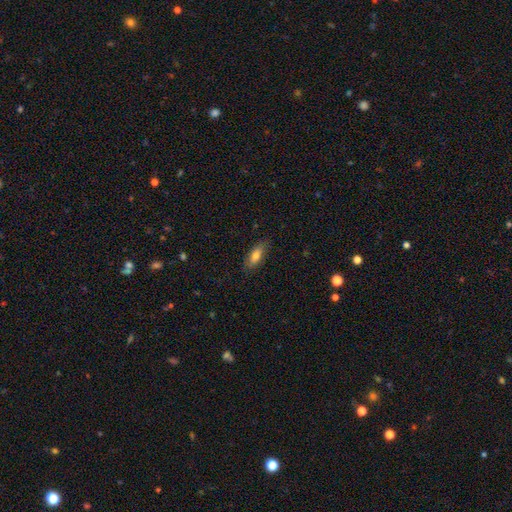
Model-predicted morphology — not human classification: Overall: smooth (78%). How rounded: in between (69%; cigar-shaped 29%). Merging: none (82%).